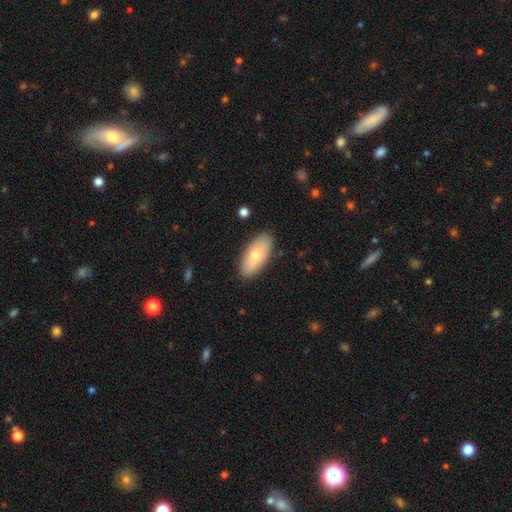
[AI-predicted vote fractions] The model was most divided on "smooth or featured": smooth: 74%, featured or disk: 20%, star or artifact: 6%. More confident: how rounded — in between (89%); merging — none (86%).